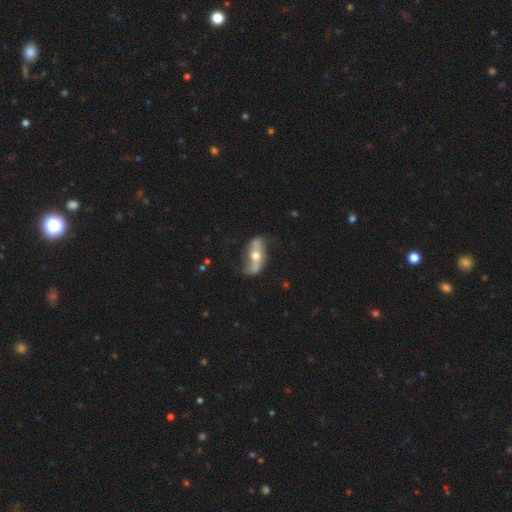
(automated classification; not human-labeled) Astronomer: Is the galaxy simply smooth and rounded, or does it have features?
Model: featured or disk — 73%.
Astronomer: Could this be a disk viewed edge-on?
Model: no — 80%.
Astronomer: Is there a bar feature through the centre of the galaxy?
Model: no — 41% (runner-up: strong, 36%).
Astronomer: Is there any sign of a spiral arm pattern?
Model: yes — 76%.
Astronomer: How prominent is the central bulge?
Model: moderate — 72%.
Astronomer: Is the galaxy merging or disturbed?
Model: none — 66%.